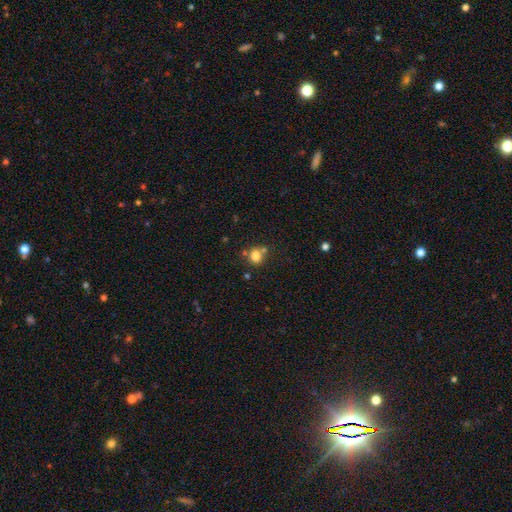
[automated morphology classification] smooth 78%, star or artifact 12%, featured or disk 9%. Down the decision tree: how rounded — round (76%); merging — none (58%).